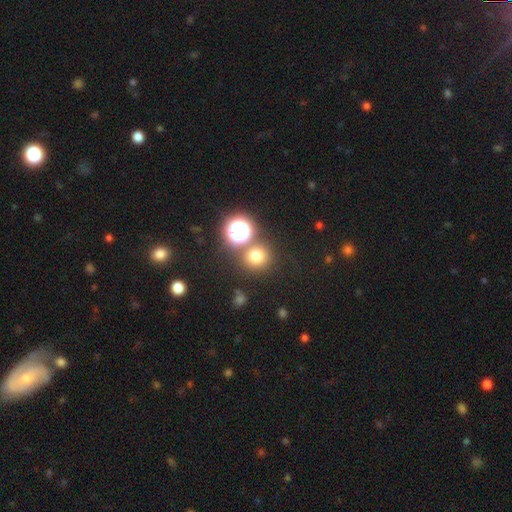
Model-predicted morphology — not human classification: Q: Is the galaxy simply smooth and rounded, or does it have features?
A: smooth — 71%.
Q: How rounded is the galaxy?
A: round — 91%.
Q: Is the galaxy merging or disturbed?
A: none — 75%.